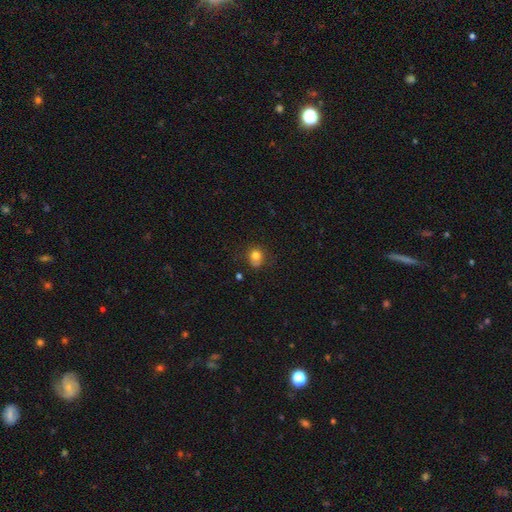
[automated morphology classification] This is likely a smooth galaxy (78%). How rounded: likely round (70%). Merging: possibly none (59%).